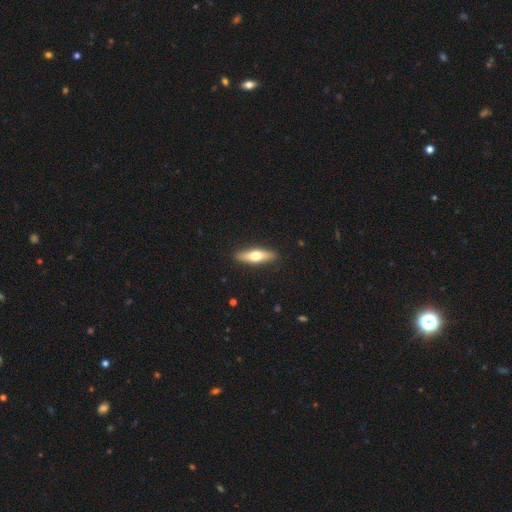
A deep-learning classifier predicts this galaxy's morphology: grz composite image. It shows a smooth galaxy with no disk features (58%) that is cigar-shaped (64%). Merging: none (90%).